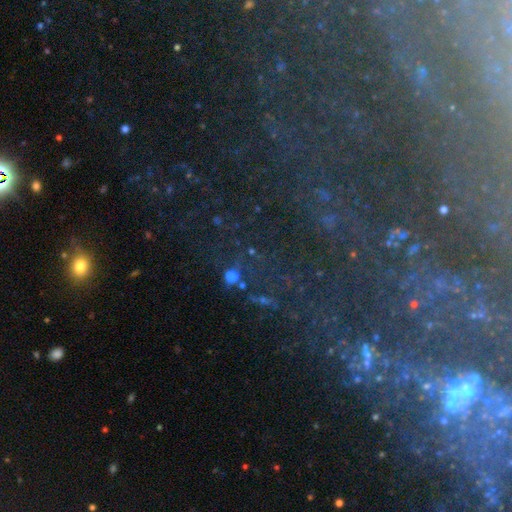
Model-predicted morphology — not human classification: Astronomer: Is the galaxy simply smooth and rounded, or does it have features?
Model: star or artifact — 47% (runner-up: featured or disk, 40%).